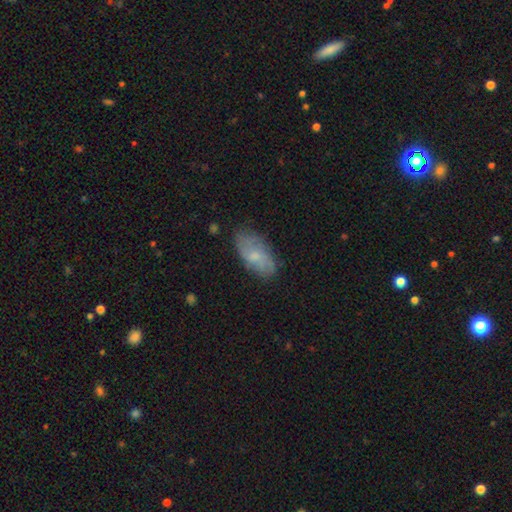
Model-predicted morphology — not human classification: Q: Smooth or featured?
A: smooth (52%); runner-up: featured or disk (40%)
Q: How rounded?
A: in between (91%); runner-up: cigar-shaped (6%)
Q: Merging?
A: none (73%); runner-up: minor disturbance (20%)